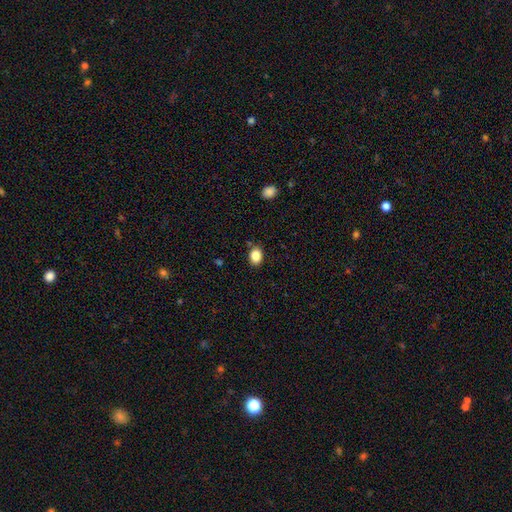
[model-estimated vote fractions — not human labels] smooth 86%, star or artifact 9%, featured or disk 5%. Down the decision tree: how rounded — in between (66%); merging — none (85%).